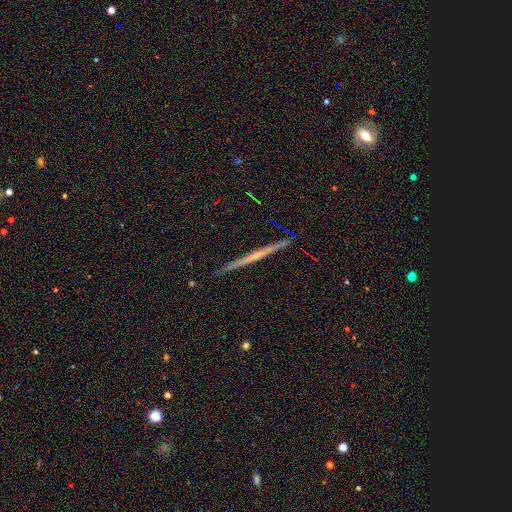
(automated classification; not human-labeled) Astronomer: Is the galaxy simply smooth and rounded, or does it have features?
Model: featured or disk — 64%.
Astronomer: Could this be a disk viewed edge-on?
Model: yes — 98%.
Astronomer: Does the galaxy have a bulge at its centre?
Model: none — 74%.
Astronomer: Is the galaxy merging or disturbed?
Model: none — 92%.